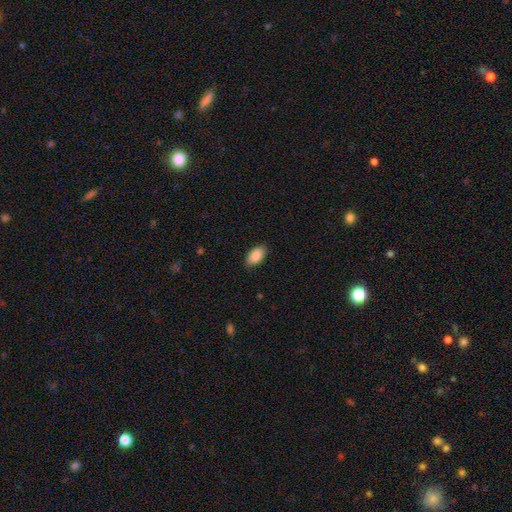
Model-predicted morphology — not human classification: Overall: smooth (88%). How rounded: in between (94%). Merging: none (87%).